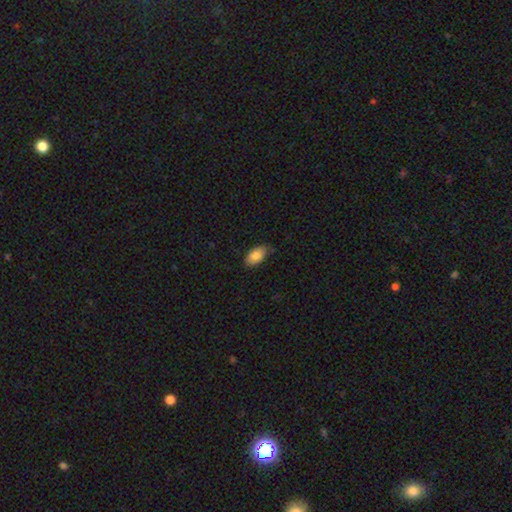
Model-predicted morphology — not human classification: type=smooth (84%); roundness=in between (93%); merging=none (72%).